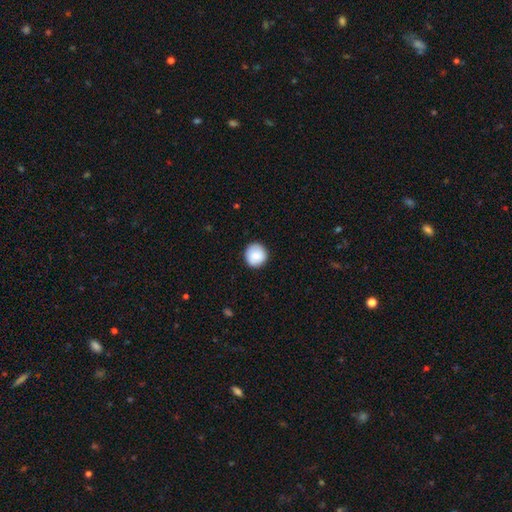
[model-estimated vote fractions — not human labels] This is clearly a smooth galaxy (83%). How rounded: clearly round (91%). Merging: clearly none (88%).